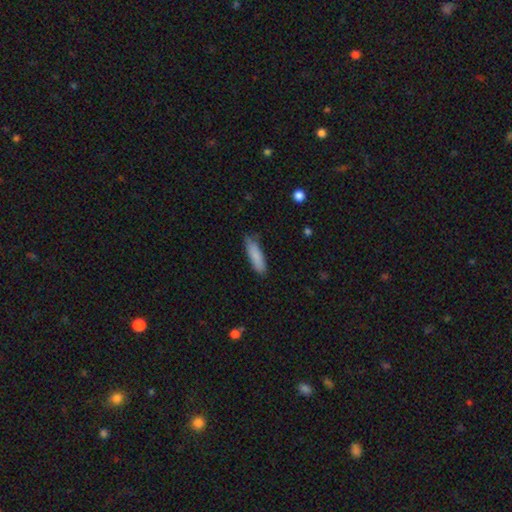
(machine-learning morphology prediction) Smooth or featured? smooth (86%)
How rounded? cigar-shaped (66%)
Merging? none (78%)